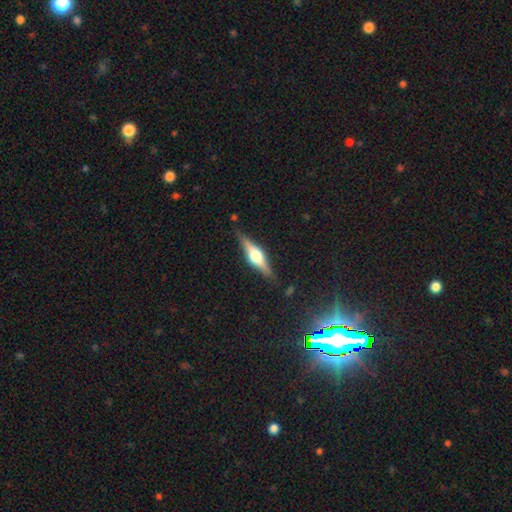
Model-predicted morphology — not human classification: A featured or disk galaxy (71%) viewed edge-on (96%) with a rounded central bulge (92%).

Vote fractions:
- Smooth or featured? featured or disk: 71% / smooth: 23% / star or artifact: 6%
- Edge-on disk? yes: 96% / no: 4%
- Edge-on bulge? rounded: 92% / boxy: 6% / none: 2%
- Merging? none: 85% / minor disturbance: 11% / major disturbance: 3% / merger: 2%